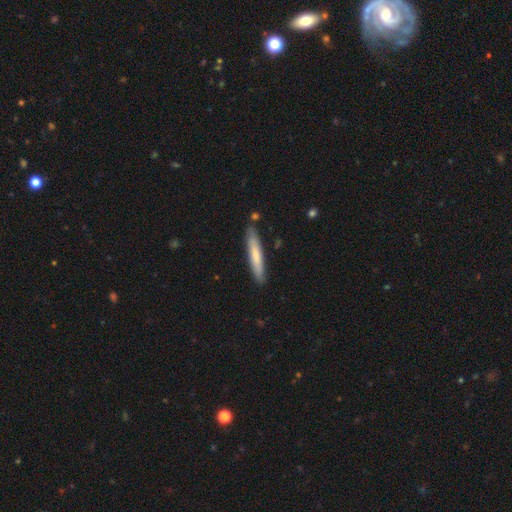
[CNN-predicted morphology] smooth_or_featured: smooth (p=0.70) [alt: featured or disk p=0.25]
how_rounded: cigar-shaped (p=0.93) [alt: in between p=0.06]
merging: none (p=0.84) [alt: minor disturbance p=0.11]